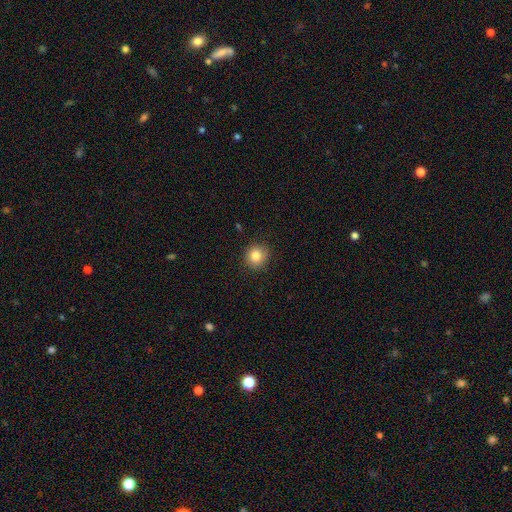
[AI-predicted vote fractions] The model was most divided on "smooth or featured": smooth: 83%, star or artifact: 10%, featured or disk: 7%. More confident: how rounded — round (89%); merging — none (88%).